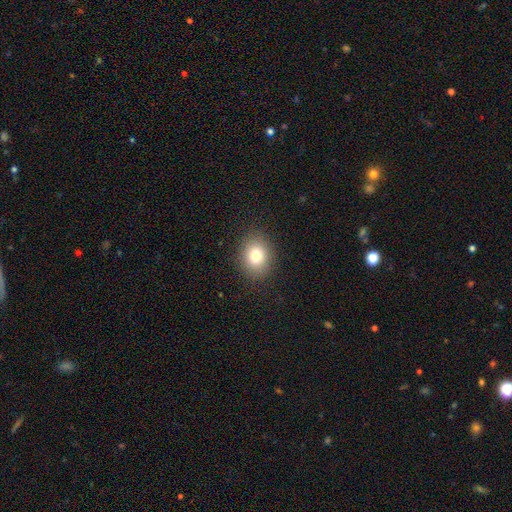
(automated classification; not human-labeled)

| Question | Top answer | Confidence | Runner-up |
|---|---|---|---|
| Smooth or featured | smooth | 78% | star or artifact (12%) |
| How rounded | round | 58% | in between (41%) |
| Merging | none | 88% | minor disturbance (8%) |